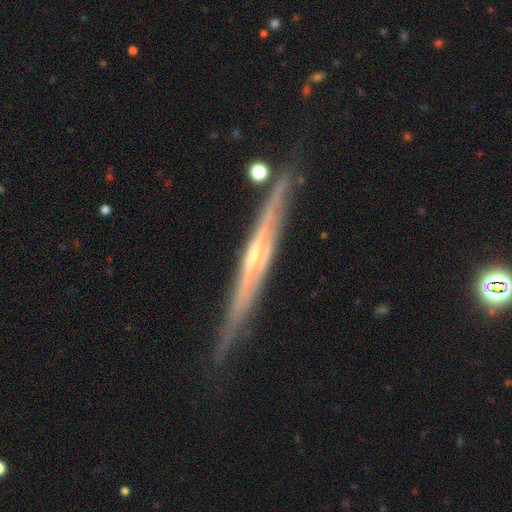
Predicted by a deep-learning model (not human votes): Smooth or featured? featured or disk (82%)
Edge-on disk? yes (96%)
Edge-on bulge? rounded (54%)
Merging? none (83%)